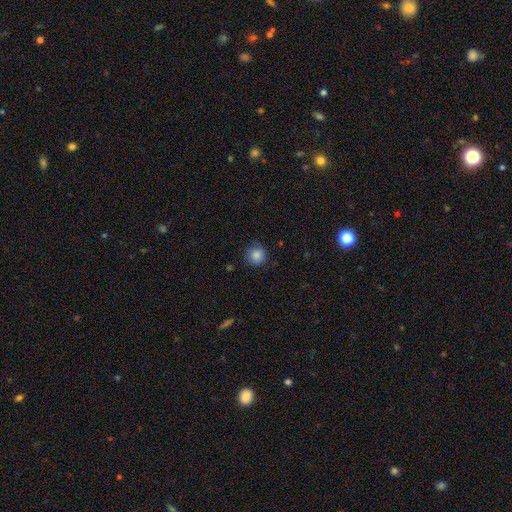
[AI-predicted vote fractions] Q: Smooth or featured?
A: smooth (86%); runner-up: star or artifact (10%)
Q: How rounded?
A: round (94%); runner-up: in between (5%)
Q: Merging?
A: none (86%); runner-up: minor disturbance (11%)